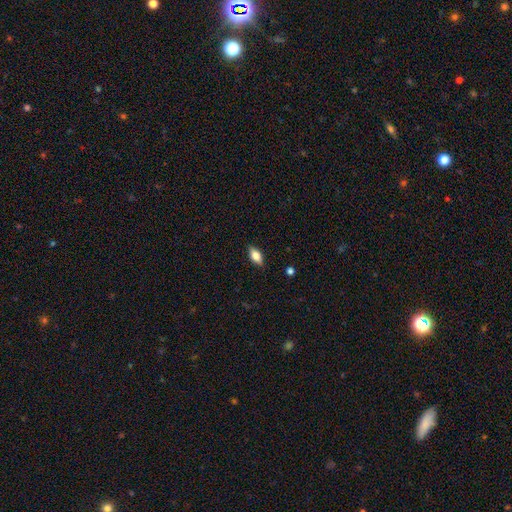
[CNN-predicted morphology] Smooth or featured? Predicted: smooth (p=0.67). How rounded? Predicted: in between (p=0.84). Merging? Predicted: none (p=0.87).